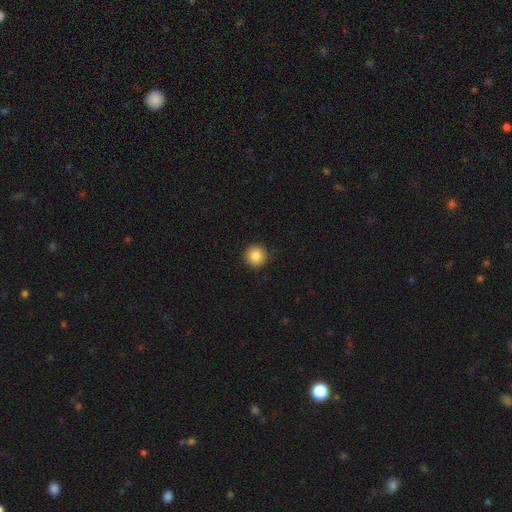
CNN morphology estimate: Smooth or featured? smooth (84%)
How rounded? round (96%)
Merging? none (91%)